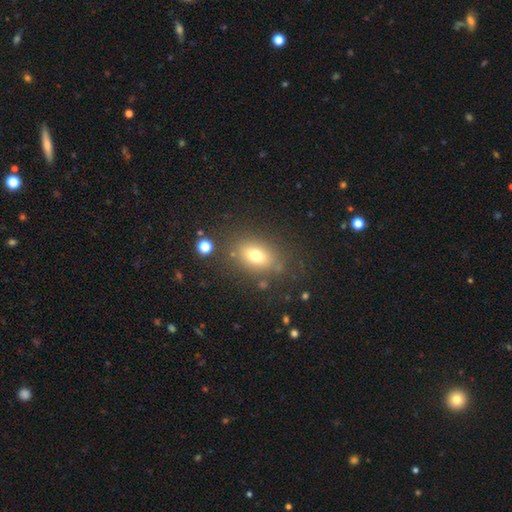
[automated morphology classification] Smooth or featured? Predicted: smooth (p=0.72). How rounded? Predicted: in between (p=0.72). Merging? Predicted: none (p=0.78).